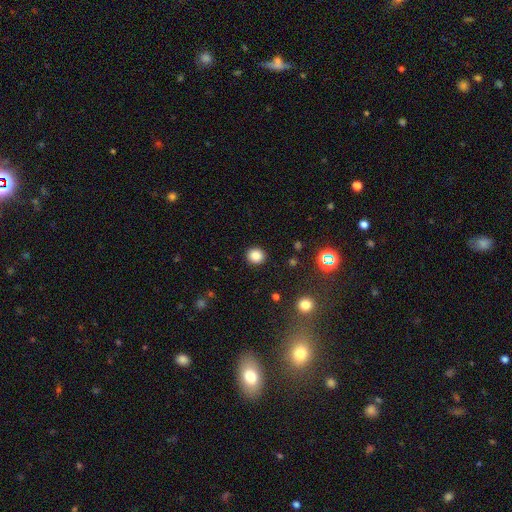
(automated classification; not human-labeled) Morphology: type=smooth (85%); roundness=round (88%); merging=none (91%).